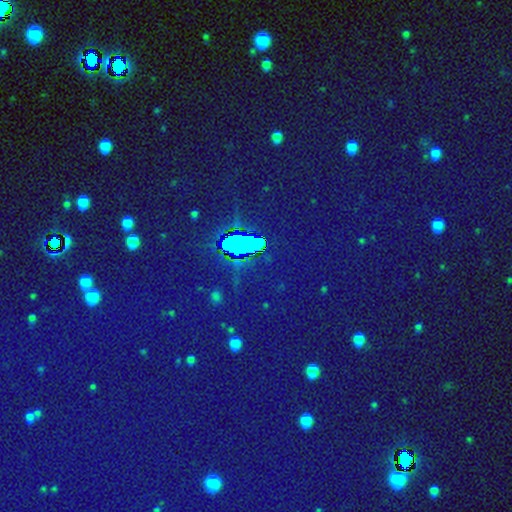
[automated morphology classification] This appears to be a star or artifact, not a galaxy (81%).